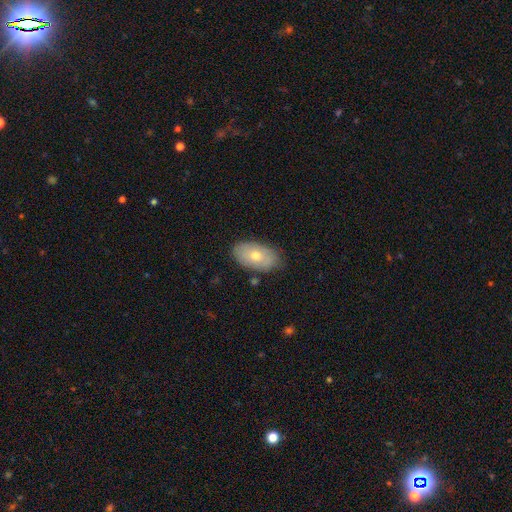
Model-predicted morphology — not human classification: Smooth or featured?
  - smooth: 63% *
  - featured or disk: 30%
  - star or artifact: 7%
How rounded?
  - in between: 93% *
  - round: 5%
  - cigar-shaped: 2%
Merging?
  - none: 82% *
  - minor disturbance: 14%
  - major disturbance: 3%
  - merger: 2%